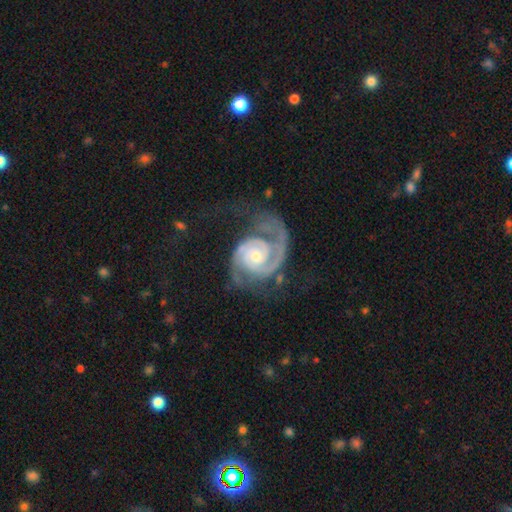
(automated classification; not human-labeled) The model was most divided on "bulge size" (2-way tie): moderate: 47%, small: 47%, large: 3%, none: 2%, dominant: 1%. More confident: spiral arms — yes (98%); edge-on disk — no (98%); smooth or featured — featured or disk (91%); spiral arm count — 2 (73%); bar — no (69%); spiral winding — tight (54%); merging — none (53%).